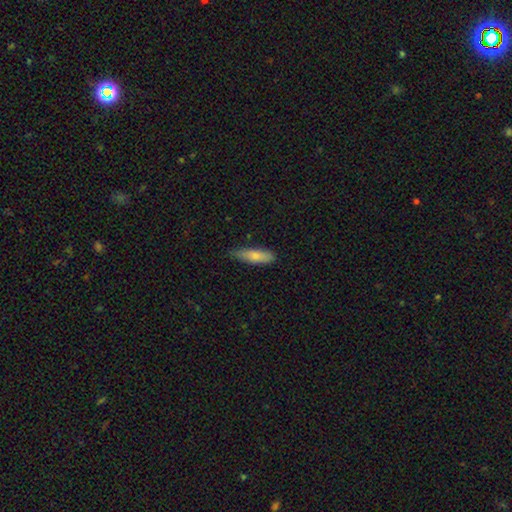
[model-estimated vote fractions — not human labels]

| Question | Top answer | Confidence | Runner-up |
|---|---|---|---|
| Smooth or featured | smooth | 81% | featured or disk (13%) |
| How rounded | cigar-shaped | 53% | in between (46%) |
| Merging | none | 69% | minor disturbance (26%) |